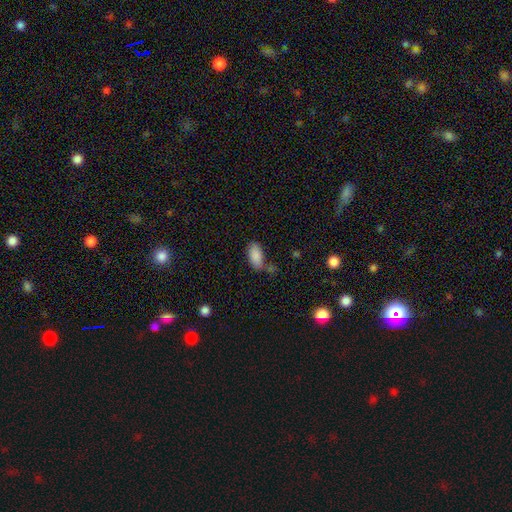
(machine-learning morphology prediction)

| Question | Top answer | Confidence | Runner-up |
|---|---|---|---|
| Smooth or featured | smooth | 87% | star or artifact (8%) |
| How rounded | in between | 93% | cigar-shaped (4%) |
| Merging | none | 62% | minor disturbance (20%) |